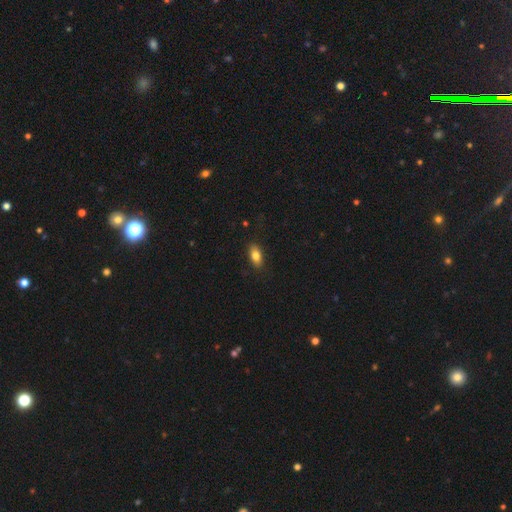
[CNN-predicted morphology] type=smooth (81%); roundness=in between (88%); merging=none (87%).